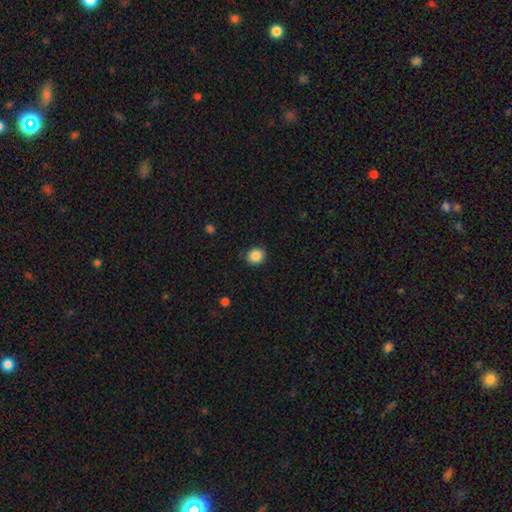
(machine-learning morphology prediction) A smooth galaxy with no disk features (87%) that is round (82%).

Vote fractions:
- Smooth or featured? smooth: 87% / star or artifact: 9% / featured or disk: 4%
- How rounded? round: 82% / in between: 17% / cigar-shaped: 1%
- Merging? none: 88% / minor disturbance: 9% / major disturbance: 2% / merger: 1%